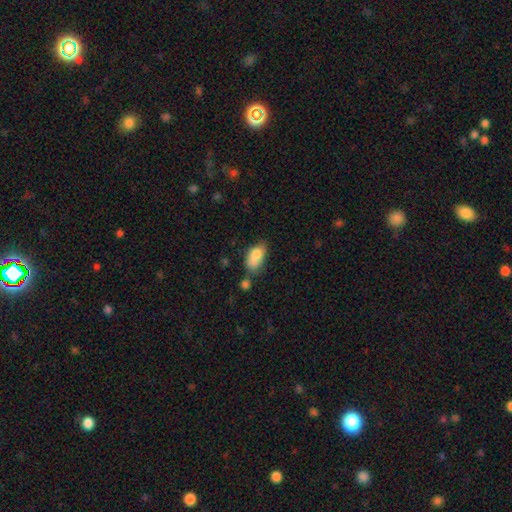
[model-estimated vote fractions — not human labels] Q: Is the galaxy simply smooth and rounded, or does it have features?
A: smooth — 82%.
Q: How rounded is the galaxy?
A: in between — 90%.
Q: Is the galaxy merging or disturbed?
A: none — 45%.